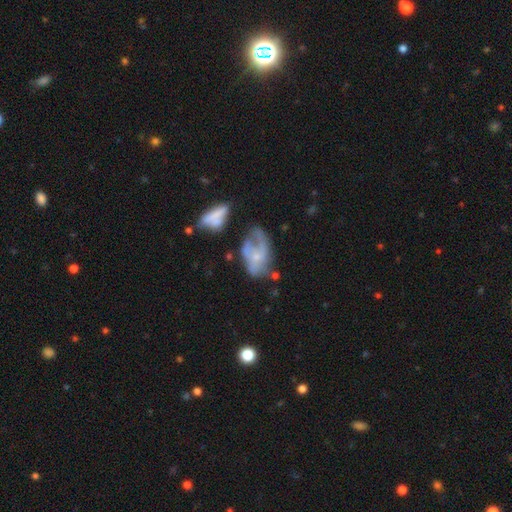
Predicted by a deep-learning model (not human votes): Smooth or featured: featured or disk — 58% (smooth — 34%)
Edge-on disk: no — 96% (yes — 4%)
Bar: no — 77% (weak — 20%)
Spiral arms: yes — 53% (no — 47%)
Bulge size: small — 61% (moderate — 22%)
Merging: major disturbance — 37% (none — 27%)